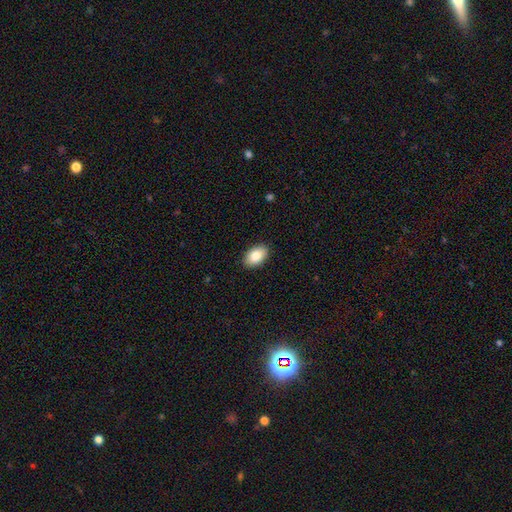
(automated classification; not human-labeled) Morphology: type=smooth (85%); roundness=in between (91%); merging=none (90%).